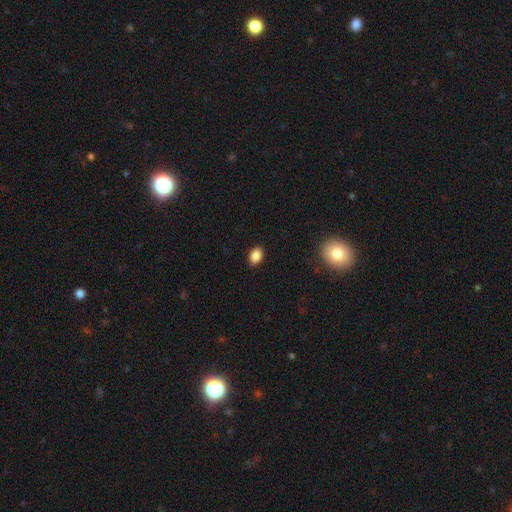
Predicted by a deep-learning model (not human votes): This is clearly a smooth galaxy (87%). How rounded: likely in between (77%). Merging: clearly none (89%).